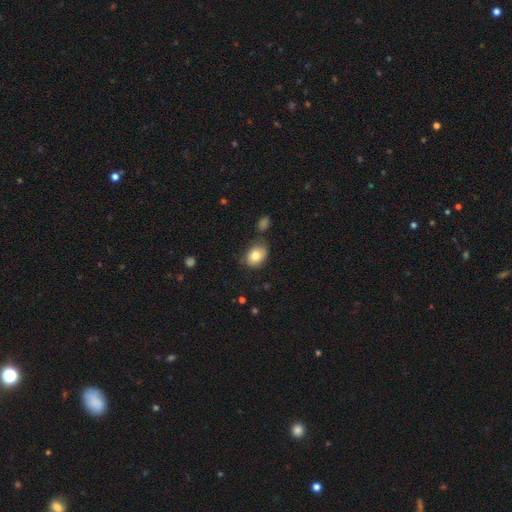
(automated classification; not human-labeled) Smooth or featured? Predicted: smooth (p=0.80). How rounded? Predicted: in between (p=0.67). Merging? Predicted: none (p=0.69).